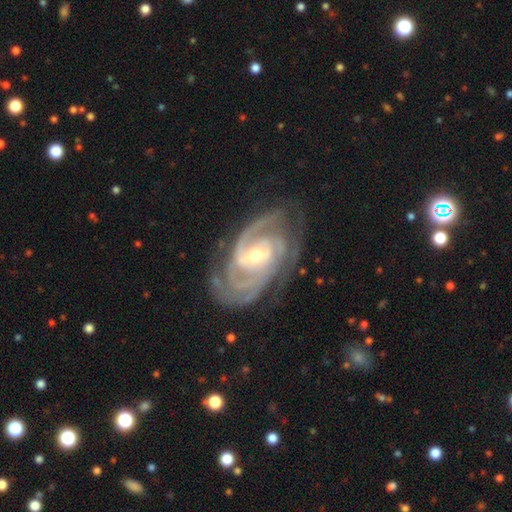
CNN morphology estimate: Q: Smooth or featured?
A: featured or disk (92%); runner-up: star or artifact (4%)
Q: Edge-on disk?
A: no (97%); runner-up: yes (3%)
Q: Bar?
A: weak (45%); runner-up: no (29%)
Q: Spiral arms?
A: yes (98%); runner-up: no (2%)
Q: Spiral winding?
A: tight (70%); runner-up: medium (27%)
Q: Spiral arm count?
A: 3 (33%); runner-up: 2 (22%)
Q: Bulge size?
A: moderate (52%); runner-up: small (44%)
Q: Merging?
A: none (75%); runner-up: minor disturbance (17%)